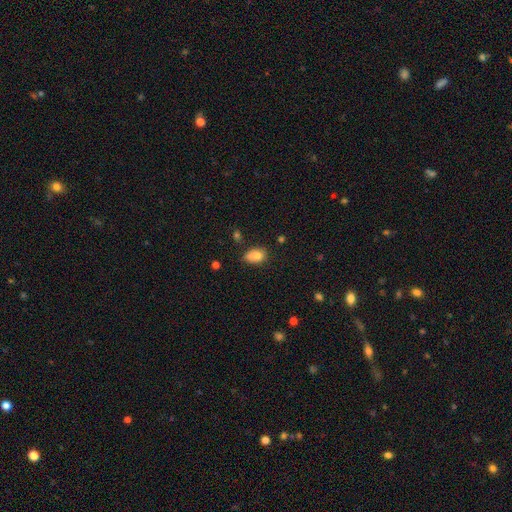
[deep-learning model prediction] Morphology: type=smooth (79%); roundness=in between (80%); merging=none (48%).